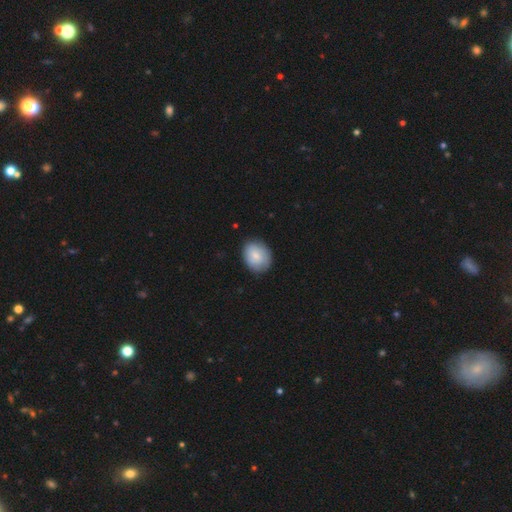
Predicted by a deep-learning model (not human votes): Smooth or featured?
  - smooth: 80% *
  - featured or disk: 14%
  - star or artifact: 6%
How rounded?
  - in between: 50% *
  - round: 49%
  - cigar-shaped: 1%
Merging?
  - none: 81% *
  - minor disturbance: 15%
  - major disturbance: 3%
  - merger: 1%